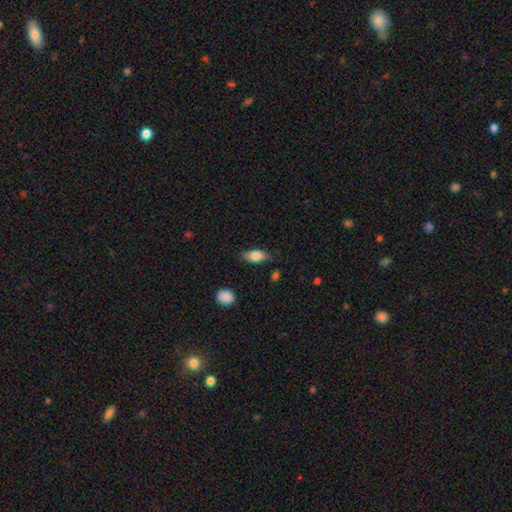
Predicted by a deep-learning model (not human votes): Overall: smooth (78%). How rounded: in between (85%). Merging: none (76%).